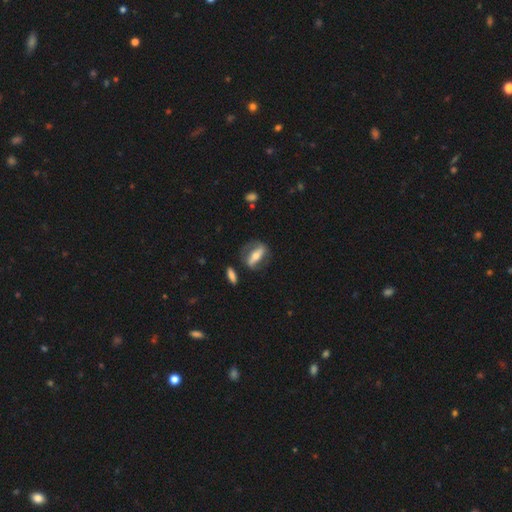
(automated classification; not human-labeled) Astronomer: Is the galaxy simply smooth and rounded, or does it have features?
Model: featured or disk — 67%.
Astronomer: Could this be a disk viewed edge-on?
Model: no — 76%.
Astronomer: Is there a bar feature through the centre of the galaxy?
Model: strong — 67%.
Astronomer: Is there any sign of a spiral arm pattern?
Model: yes — 63%.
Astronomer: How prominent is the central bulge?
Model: moderate — 58%.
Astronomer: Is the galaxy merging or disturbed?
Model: none — 68%.